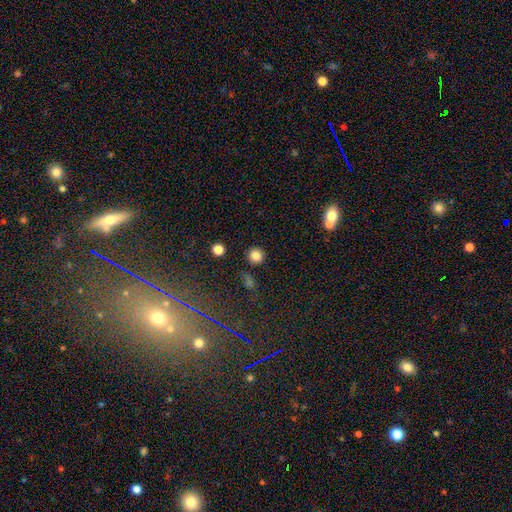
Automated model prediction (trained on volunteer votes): Overall: smooth (82%). How rounded: round (94%). Merging: none (89%).